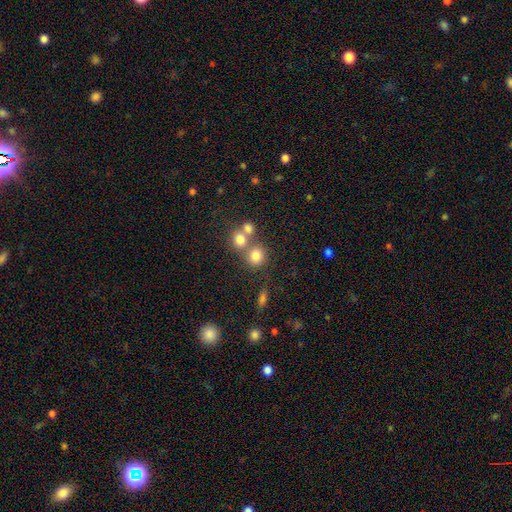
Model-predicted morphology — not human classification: Smooth or featured? Predicted: smooth (p=0.77). How rounded? Predicted: round (p=0.82). Merging? Predicted: none (p=0.54).